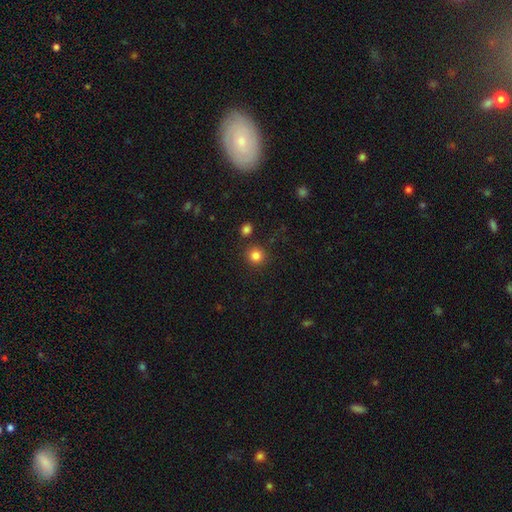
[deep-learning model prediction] Overall: smooth (83%). How rounded: round (91%). Merging: none (86%).